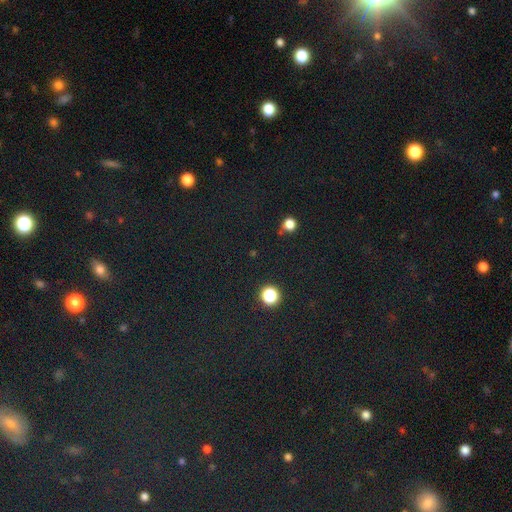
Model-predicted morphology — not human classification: smooth_or_featured: star or artifact (p=0.76) [alt: smooth p=0.16]